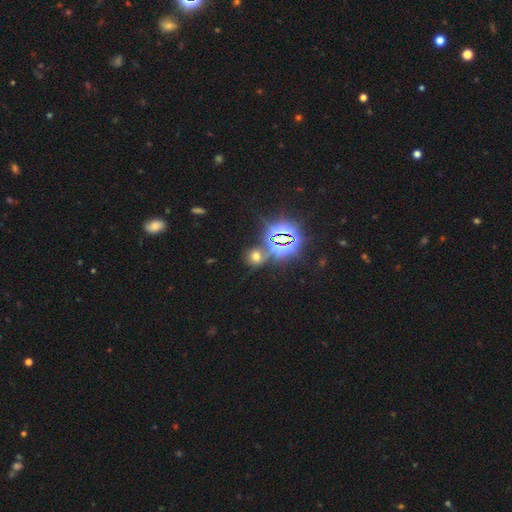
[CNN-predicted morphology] smooth-or-featured: star or artifact: 49% | smooth: 42% | featured or disk: 9%